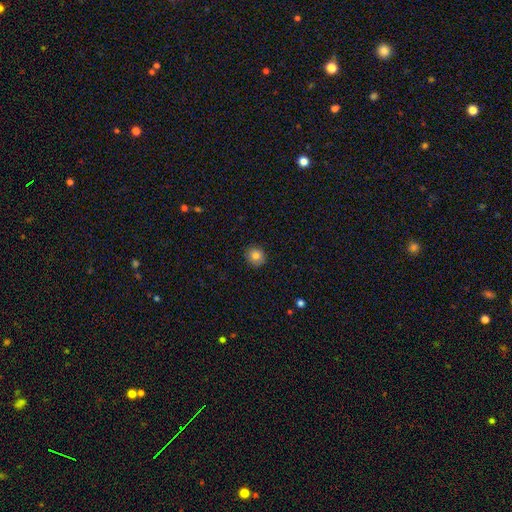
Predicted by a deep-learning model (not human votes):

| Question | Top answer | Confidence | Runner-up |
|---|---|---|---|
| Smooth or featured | smooth | 82% | star or artifact (10%) |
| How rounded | round | 87% | in between (12%) |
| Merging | none | 88% | minor disturbance (9%) |